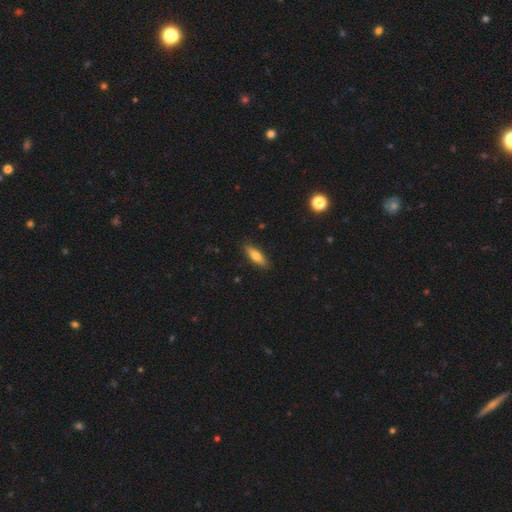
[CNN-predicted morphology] The model was most divided on "how rounded": cigar-shaped: 50%, in between: 48%, round: 2%. More confident: merging — none (87%); smooth or featured — smooth (76%).